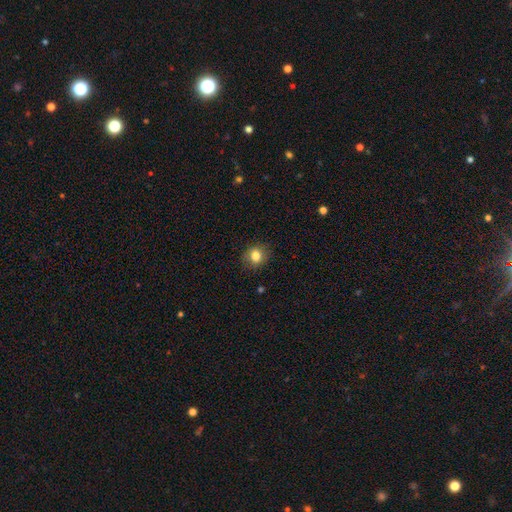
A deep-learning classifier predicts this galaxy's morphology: Q: Smooth or featured?
A: smooth (82%); runner-up: star or artifact (11%)
Q: How rounded?
A: round (78%); runner-up: in between (21%)
Q: Merging?
A: none (85%); runner-up: minor disturbance (11%)